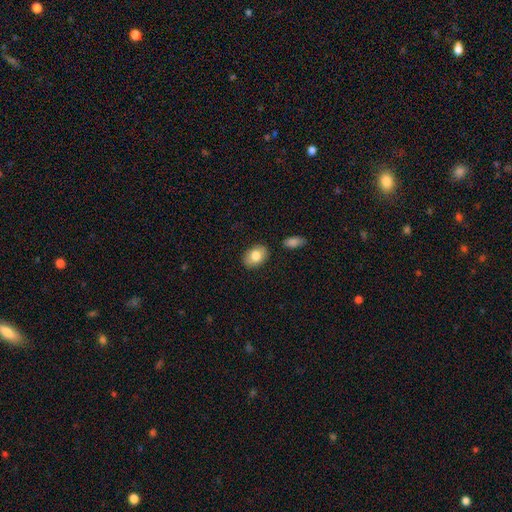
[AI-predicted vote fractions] This is clearly a smooth galaxy (81%). How rounded: clearly in between (82%). Merging: clearly none (85%).